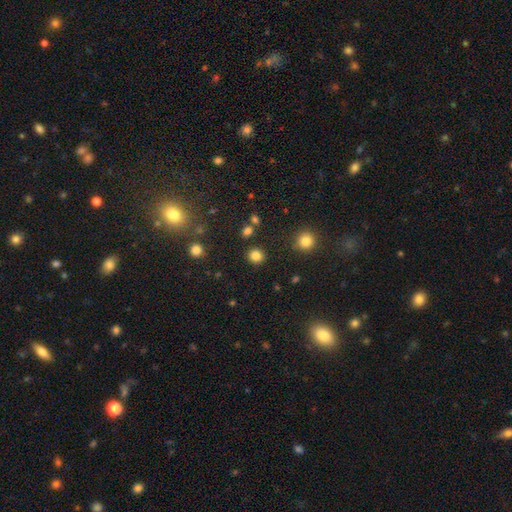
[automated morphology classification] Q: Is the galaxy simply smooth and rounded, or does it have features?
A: smooth — 83%.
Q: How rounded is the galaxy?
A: round — 84%.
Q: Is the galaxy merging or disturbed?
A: none — 88%.